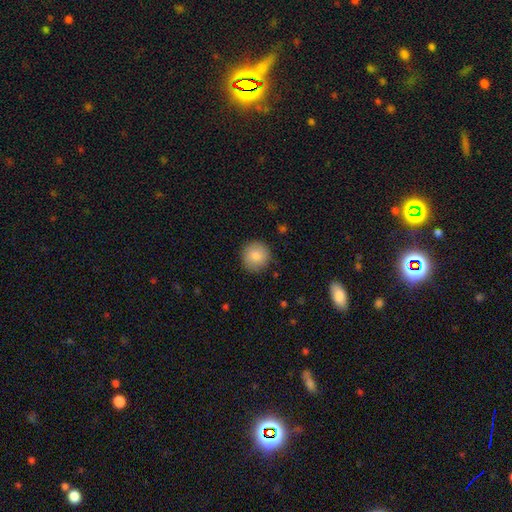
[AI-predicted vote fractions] smooth_or_featured: smooth (p=0.84) [alt: star or artifact p=0.08]
how_rounded: round (p=0.94) [alt: in between p=0.05]
merging: none (p=0.88) [alt: minor disturbance p=0.08]